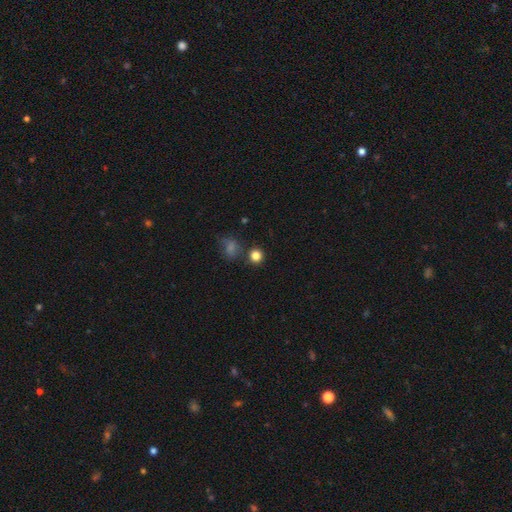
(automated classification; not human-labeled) Smooth or featured: smooth — 82% (star or artifact — 13%)
How rounded: round — 89% (in between — 10%)
Merging: none — 78% (minor disturbance — 9%)